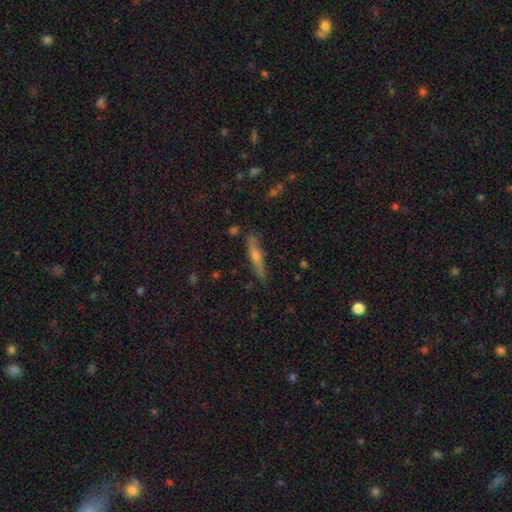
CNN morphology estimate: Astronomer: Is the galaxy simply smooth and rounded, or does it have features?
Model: featured or disk — 55% (runner-up: smooth, 37%).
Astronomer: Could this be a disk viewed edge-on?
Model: yes — 92%.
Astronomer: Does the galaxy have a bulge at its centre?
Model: rounded — 86%.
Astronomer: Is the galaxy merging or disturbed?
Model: none — 84%.